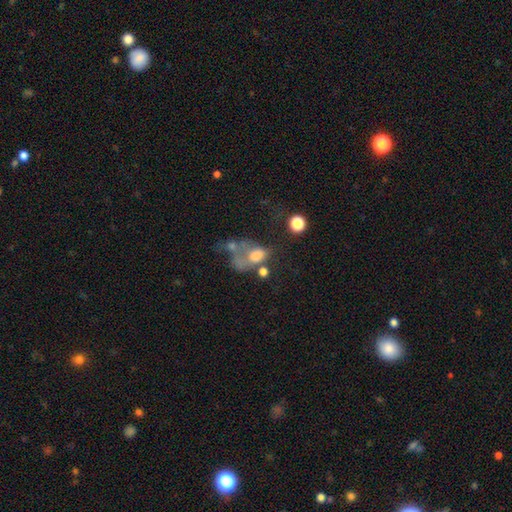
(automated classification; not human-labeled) A smooth galaxy with no disk features (49%).

Vote fractions:
- Smooth or featured? smooth: 49% / featured or disk: 35% / star or artifact: 17%
- Merging? major disturbance: 41% / merger: 31% / none: 16% / minor disturbance: 11%